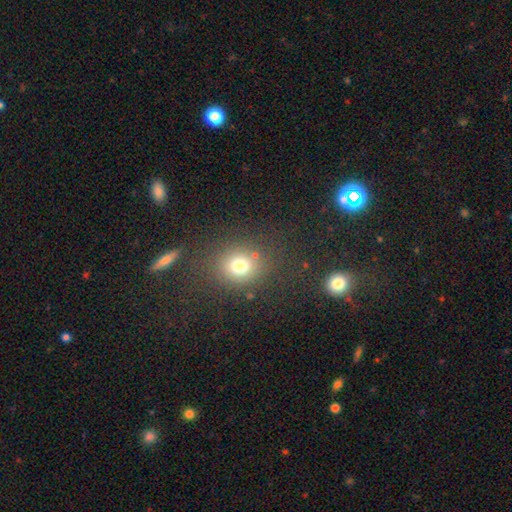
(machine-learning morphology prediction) This is likely a smooth galaxy (74%). How rounded: likely round (72%). Merging: likely none (79%).